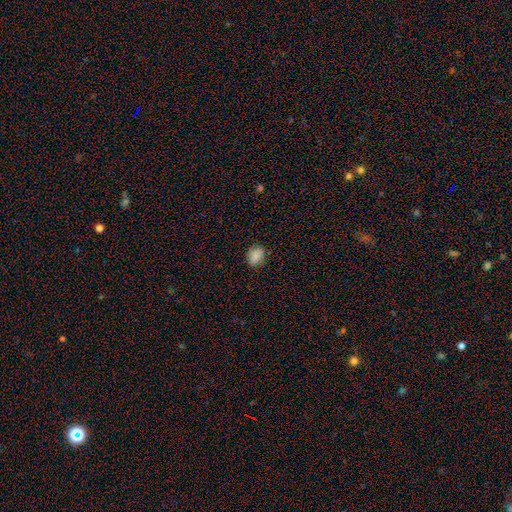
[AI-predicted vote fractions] The model was most divided on "how rounded": in between: 63%, round: 36%, cigar-shaped: 1%. More confident: smooth or featured — smooth (86%); merging — none (81%).